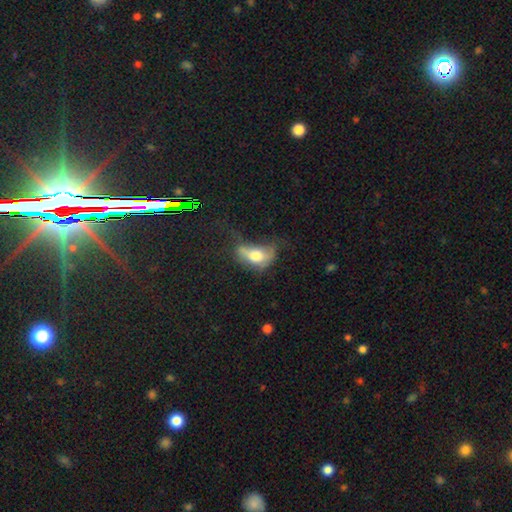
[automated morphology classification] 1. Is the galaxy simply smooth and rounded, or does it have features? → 62% smooth, 28% featured or disk, 11% star or artifact.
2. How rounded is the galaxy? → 83% in between, 13% round, 4% cigar-shaped.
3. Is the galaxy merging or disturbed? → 45% major disturbance, 25% minor disturbance, 20% none, 10% merger.